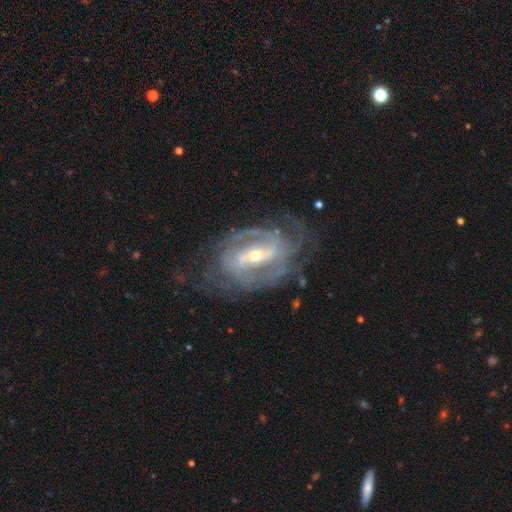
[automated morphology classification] Smooth or featured? featured or disk (90%)
Edge-on disk? no (96%)
Bar? strong (48%)
Spiral arms? yes (95%)
Spiral winding? tight (49%)
Spiral arm count? 2 (46%)
Bulge size? small (50%)
Merging? none (65%)